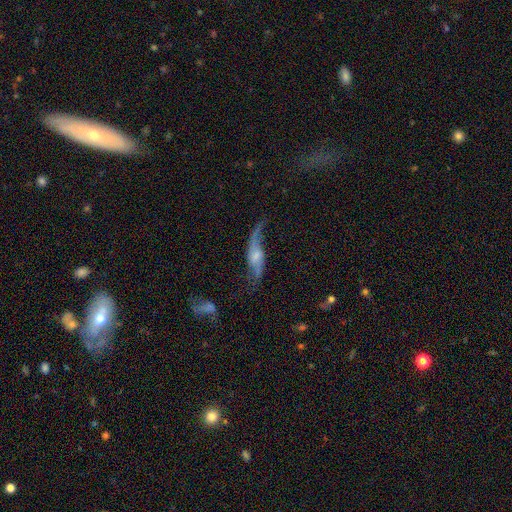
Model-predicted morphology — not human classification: smooth_or_featured: featured or disk (p=0.72) [alt: smooth p=0.21]
disk_edge_on: no (p=0.75) [alt: yes p=0.25]
bar: no (p=0.54) [alt: weak p=0.35]
has_spiral_arms: yes (p=0.86) [alt: no p=0.14]
bulge_size: small (p=0.39) [alt: moderate p=0.38]
merging: none (p=0.47) [alt: minor disturbance p=0.25]